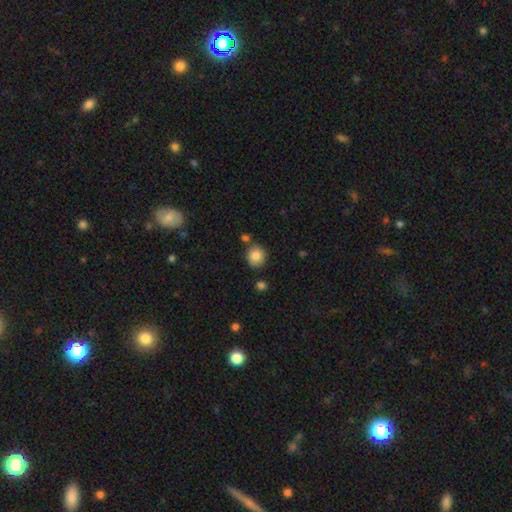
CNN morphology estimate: Smooth or featured? smooth (86%)
How rounded? round (80%)
Merging? none (75%)